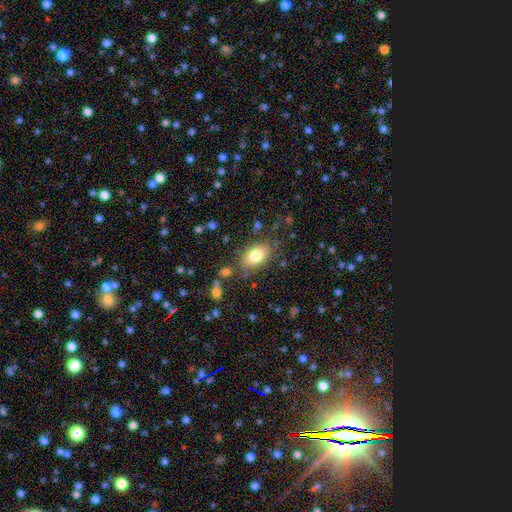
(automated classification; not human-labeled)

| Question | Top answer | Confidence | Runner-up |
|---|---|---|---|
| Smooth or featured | smooth | 80% | featured or disk (11%) |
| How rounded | in between | 86% | round (13%) |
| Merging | none | 79% | minor disturbance (13%) |